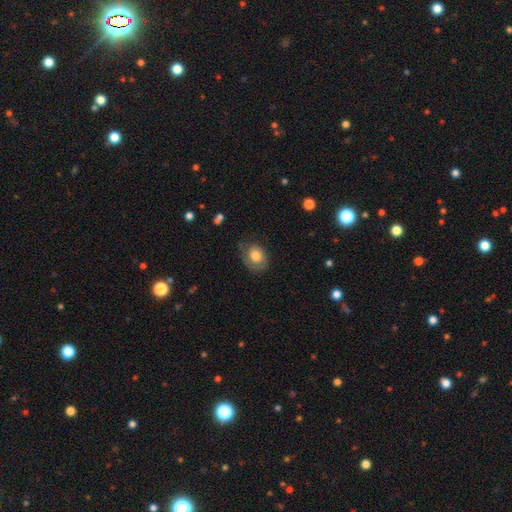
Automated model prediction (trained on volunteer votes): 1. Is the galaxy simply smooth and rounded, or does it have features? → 73% smooth, 19% featured or disk, 8% star or artifact.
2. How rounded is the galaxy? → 52% in between, 47% round, 1% cigar-shaped.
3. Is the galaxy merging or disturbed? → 61% none, 26% minor disturbance, 12% major disturbance, 2% merger.